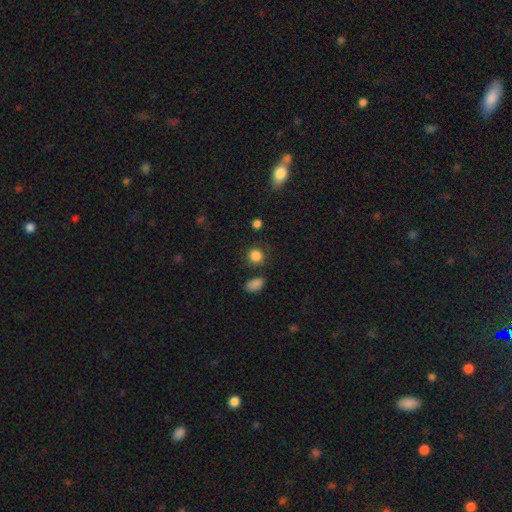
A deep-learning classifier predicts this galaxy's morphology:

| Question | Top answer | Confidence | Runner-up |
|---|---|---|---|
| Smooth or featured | smooth | 85% | star or artifact (11%) |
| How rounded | round | 86% | in between (12%) |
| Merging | none | 80% | minor disturbance (11%) |